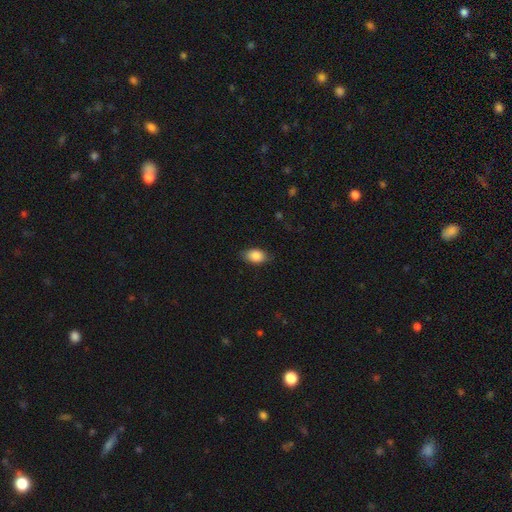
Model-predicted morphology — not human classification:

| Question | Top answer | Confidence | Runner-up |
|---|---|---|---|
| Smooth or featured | smooth | 86% | star or artifact (7%) |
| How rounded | in between | 88% | round (10%) |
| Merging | none | 78% | minor disturbance (17%) |